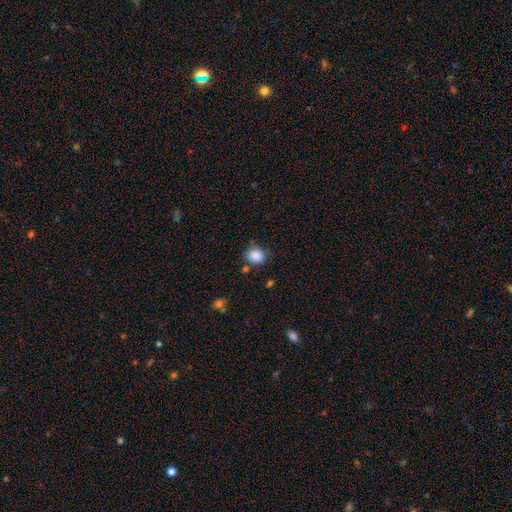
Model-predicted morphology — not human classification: This appears to be a smooth galaxy with no disk features (87%) that is round (71%). Merging: none (74%).